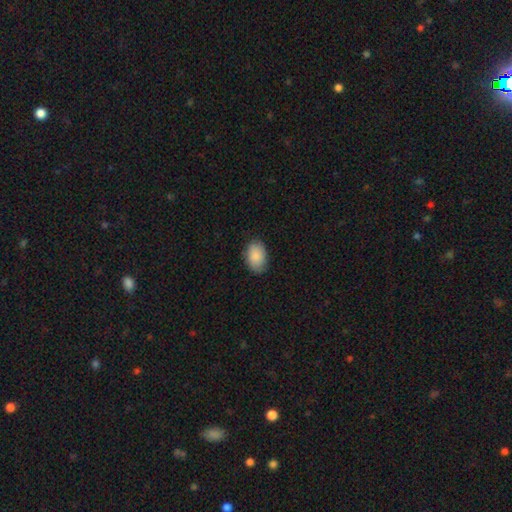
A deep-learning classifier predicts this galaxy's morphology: This is clearly a smooth galaxy (89%). How rounded: clearly in between (87%). Merging: clearly none (84%).